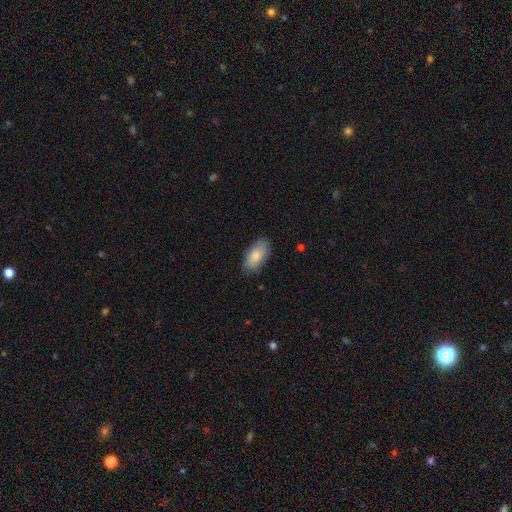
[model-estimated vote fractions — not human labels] Q: Smooth or featured?
A: smooth (79%); runner-up: featured or disk (15%)
Q: How rounded?
A: in between (92%); runner-up: cigar-shaped (5%)
Q: Merging?
A: none (79%); runner-up: minor disturbance (17%)